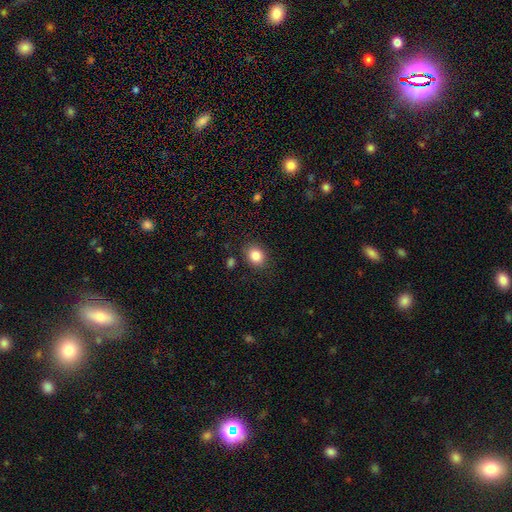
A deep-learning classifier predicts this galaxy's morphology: Smooth or featured? Predicted: smooth (p=0.85). How rounded? Predicted: round (p=0.58). Merging? Predicted: none (p=0.85).